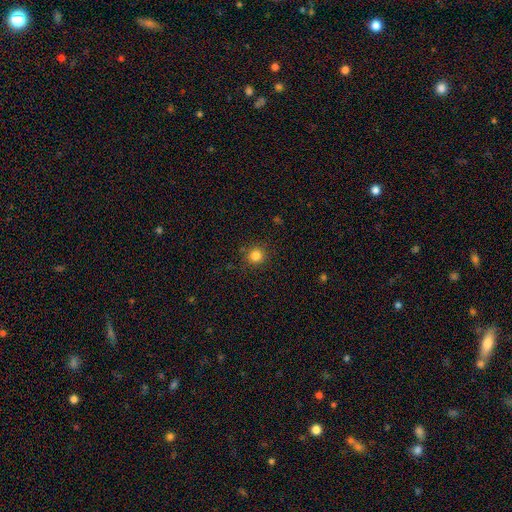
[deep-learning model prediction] Smooth or featured? Predicted: smooth (p=0.83). How rounded? Predicted: round (p=0.93). Merging? Predicted: none (p=0.88).